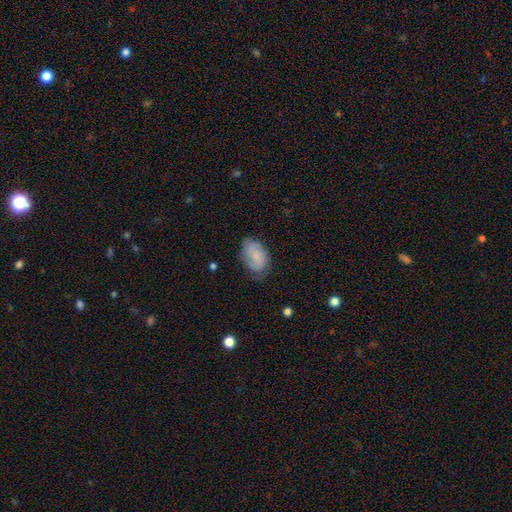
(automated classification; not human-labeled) This appears to be a smooth galaxy with no disk features (59%) that is in between round and cigar-shaped (87%). Merging: none (63%).